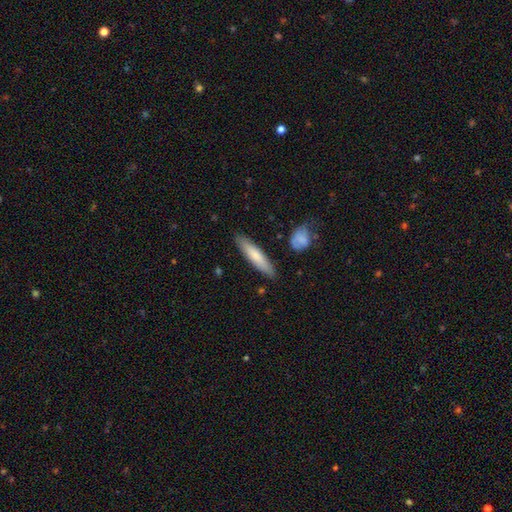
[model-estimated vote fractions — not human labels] Smooth or featured?
  - smooth: 72% *
  - featured or disk: 23%
  - star or artifact: 5%
How rounded?
  - cigar-shaped: 81% *
  - in between: 18%
  - round: 1%
Merging?
  - none: 85% *
  - minor disturbance: 10%
  - merger: 2%
  - major disturbance: 2%